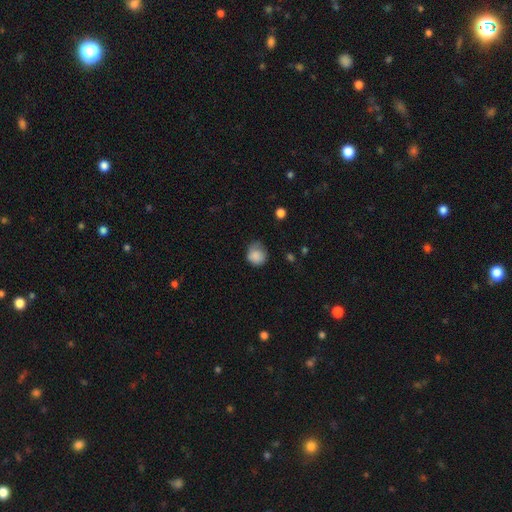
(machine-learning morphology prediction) smooth-or-featured: smooth: 84% | star or artifact: 8% | featured or disk: 8%
  how-rounded: round: 78% | in between: 21% | cigar-shaped: 1%
  merging: none: 50% | minor disturbance: 35% | major disturbance: 13% | merger: 2%